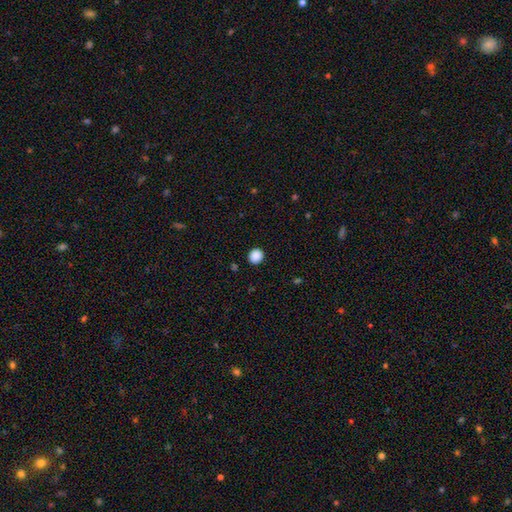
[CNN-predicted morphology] type=smooth (88%); roundness=round (87%); merging=none (91%).